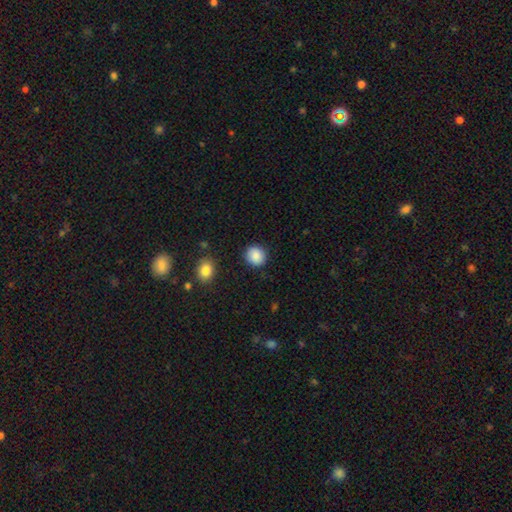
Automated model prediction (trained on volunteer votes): Morphology: type=smooth (88%); roundness=round (87%); merging=none (89%).